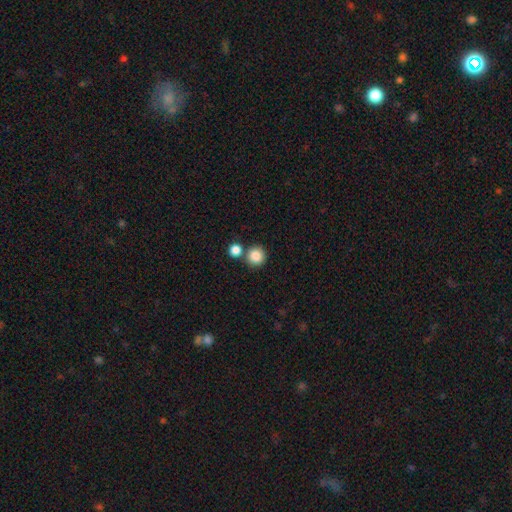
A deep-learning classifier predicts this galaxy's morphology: A smooth galaxy with no disk features (86%) that is round (93%).

Vote fractions:
- Smooth or featured? smooth: 86% / star or artifact: 9% / featured or disk: 5%
- How rounded? round: 93% / in between: 6% / cigar-shaped: 1%
- Merging? none: 71% / merger: 19% / minor disturbance: 7% / major disturbance: 3%